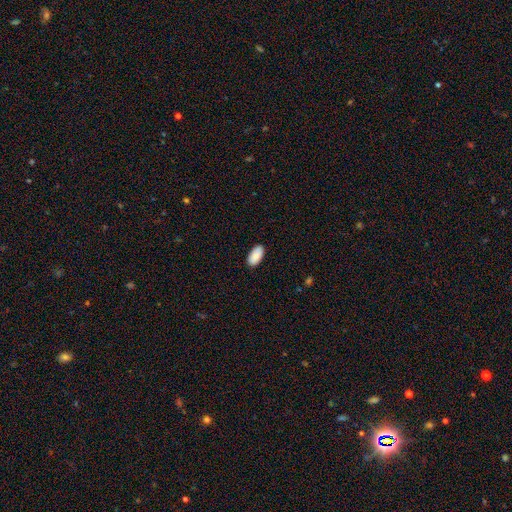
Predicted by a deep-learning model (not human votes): smooth_or_featured: smooth (p=0.91) [alt: star or artifact p=0.06]
how_rounded: in between (p=0.95) [alt: cigar-shaped p=0.03]
merging: none (p=0.88) [alt: minor disturbance p=0.09]